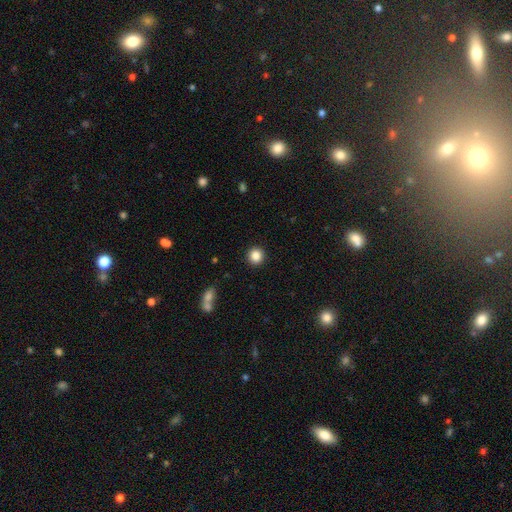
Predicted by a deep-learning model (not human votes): Smooth or featured?
  - smooth: 85% *
  - star or artifact: 10%
  - featured or disk: 4%
How rounded?
  - round: 92% *
  - in between: 7%
  - cigar-shaped: 1%
Merging?
  - none: 92% *
  - minor disturbance: 5%
  - major disturbance: 2%
  - merger: 1%